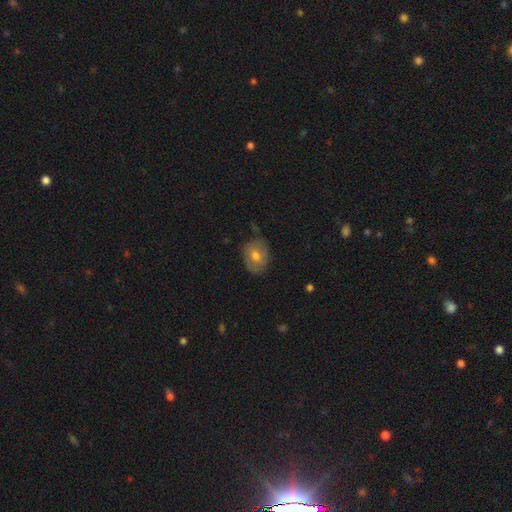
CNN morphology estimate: Overall: smooth (59%; featured or disk 32%). How rounded: in between (60%; round 39%). Merging: none (78%).